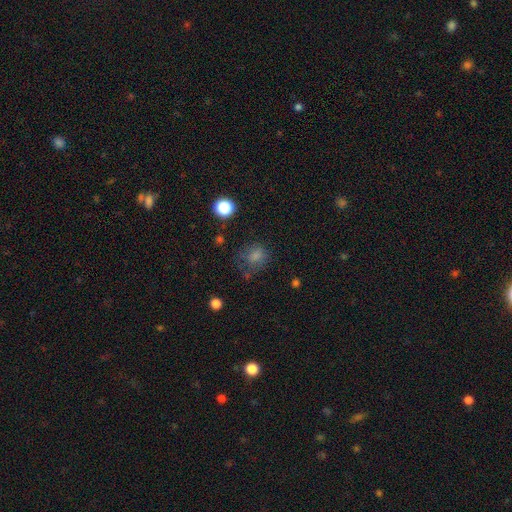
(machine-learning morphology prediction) Smooth or featured?
  - smooth: 74% *
  - star or artifact: 16%
  - featured or disk: 10%
How rounded?
  - round: 68% *
  - in between: 31%
  - cigar-shaped: 1%
Merging?
  - none: 56% *
  - minor disturbance: 23%
  - major disturbance: 17%
  - merger: 4%